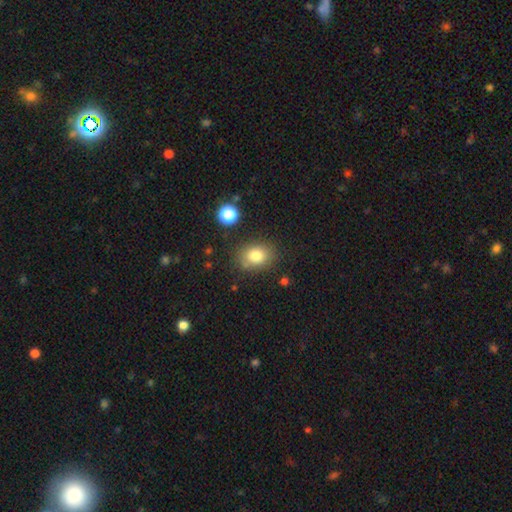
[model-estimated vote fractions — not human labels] Q: Smooth or featured?
A: smooth (80%); runner-up: star or artifact (11%)
Q: How rounded?
A: in between (55%); runner-up: round (44%)
Q: Merging?
A: none (79%); runner-up: minor disturbance (13%)